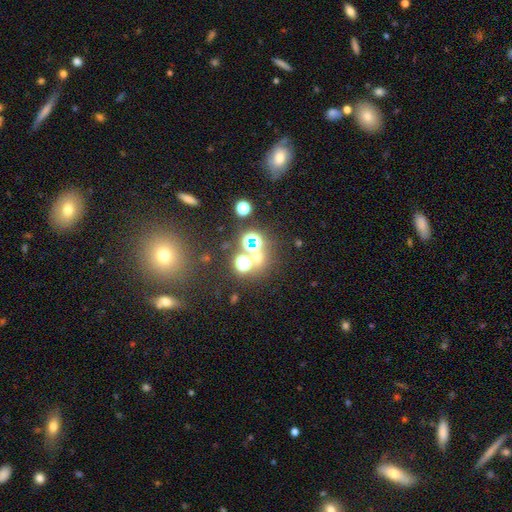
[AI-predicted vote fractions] smooth-or-featured: star or artifact: 55% | smooth: 35% | featured or disk: 11%